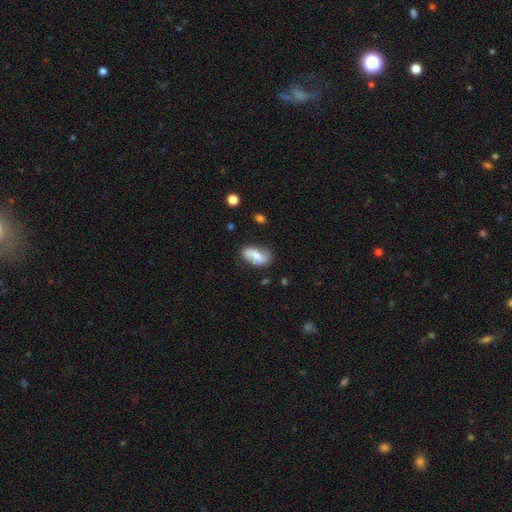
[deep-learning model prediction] Overall: smooth (55%; featured or disk 37%). How rounded: in between (86%). Merging: none (68%).